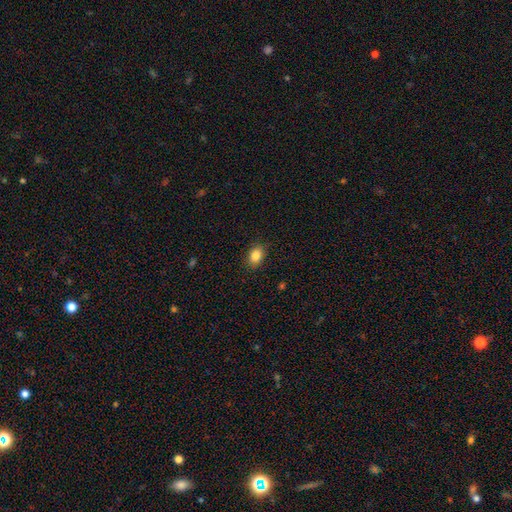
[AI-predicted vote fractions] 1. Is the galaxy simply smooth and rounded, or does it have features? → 85% smooth, 9% star or artifact, 6% featured or disk.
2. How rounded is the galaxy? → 72% in between, 27% round, 1% cigar-shaped.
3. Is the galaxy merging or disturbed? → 87% none, 10% minor disturbance, 2% major disturbance, 1% merger.